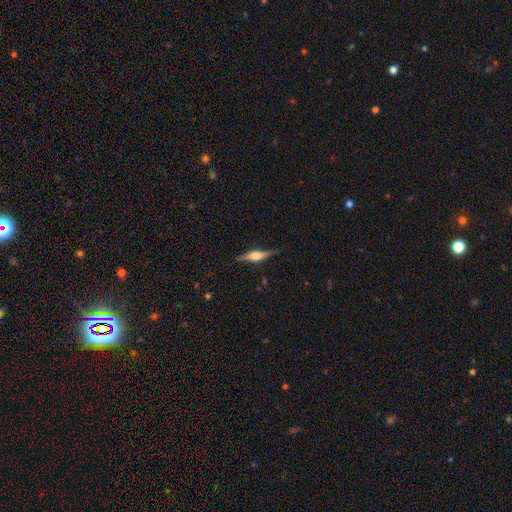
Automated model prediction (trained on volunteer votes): A featured or disk galaxy (74%) viewed edge-on (97%) with a rounded central bulge (85%).

Vote fractions:
- Smooth or featured? featured or disk: 74% / smooth: 19% / star or artifact: 6%
- Edge-on disk? yes: 97% / no: 3%
- Edge-on bulge? rounded: 85% / boxy: 13% / none: 2%
- Merging? none: 86% / minor disturbance: 11% / major disturbance: 2% / merger: 1%